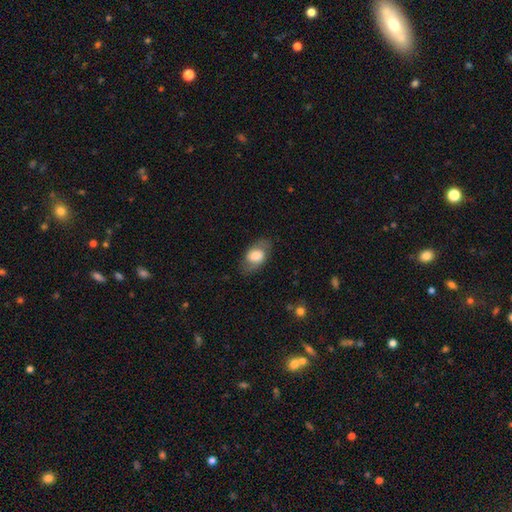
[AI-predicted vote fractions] smooth 65%, featured or disk 28%, star or artifact 7%. Down the decision tree: how rounded — in between (87%); merging — none (78%).